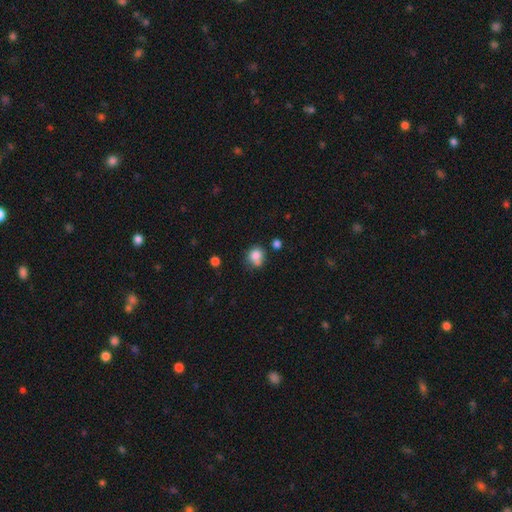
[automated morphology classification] This appears to be a smooth galaxy with no disk features (81%) that is round (72%). Merging: none (49%).